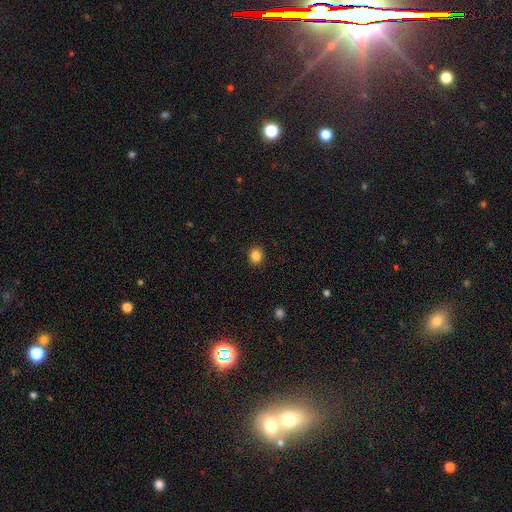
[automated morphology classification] A smooth galaxy with no disk features (85%) that is round (76%). Merging: none (91%).